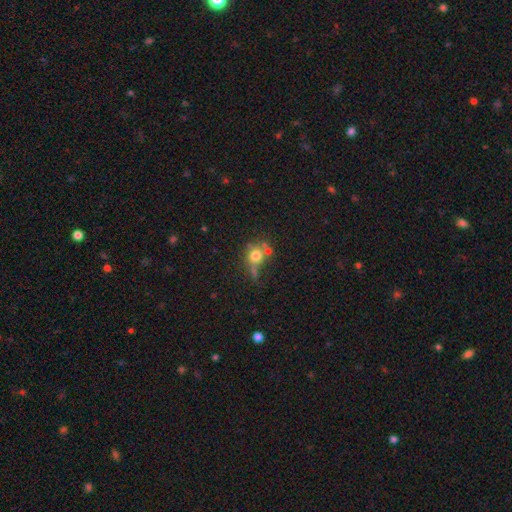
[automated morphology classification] The model was most divided on "merging": none: 44%, merger: 25%, minor disturbance: 17%, major disturbance: 14%. More confident: how rounded — round (82%); smooth or featured — smooth (68%).